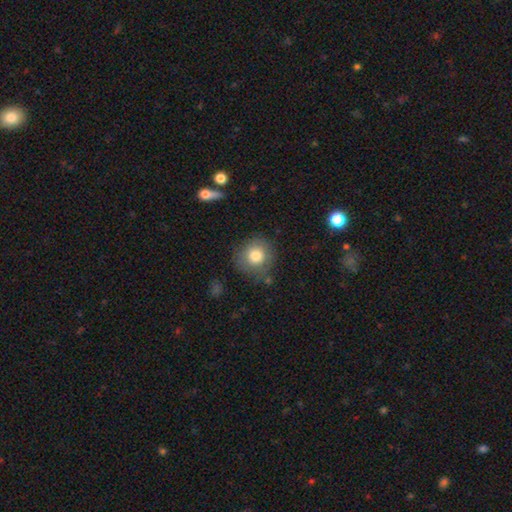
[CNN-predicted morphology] smooth 79%, featured or disk 12%, star or artifact 9%. Down the decision tree: how rounded — round (90%); merging — none (76%).